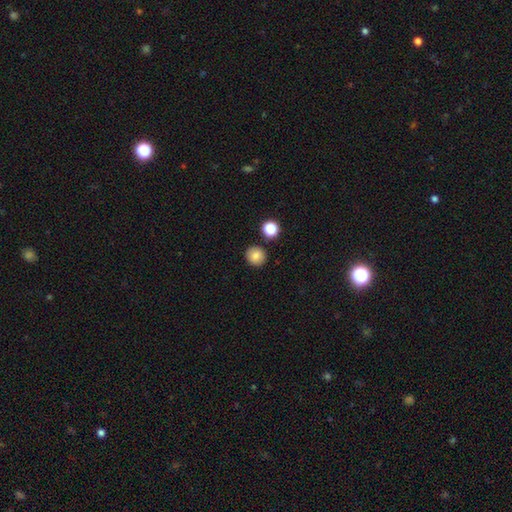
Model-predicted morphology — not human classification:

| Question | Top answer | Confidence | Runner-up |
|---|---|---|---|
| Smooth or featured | smooth | 83% | star or artifact (11%) |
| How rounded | round | 90% | in between (9%) |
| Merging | none | 89% | minor disturbance (6%) |